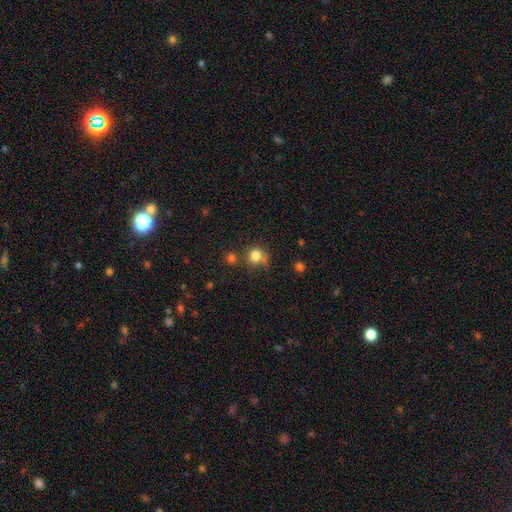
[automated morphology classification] Q: Smooth or featured?
A: smooth (81%); runner-up: star or artifact (13%)
Q: How rounded?
A: round (86%); runner-up: in between (13%)
Q: Merging?
A: none (63%); runner-up: minor disturbance (16%)